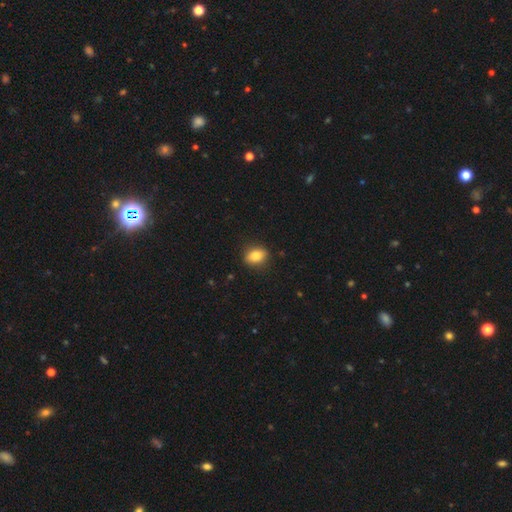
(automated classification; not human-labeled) Smooth or featured? smooth (83%)
How rounded? in between (75%)
Merging? none (86%)